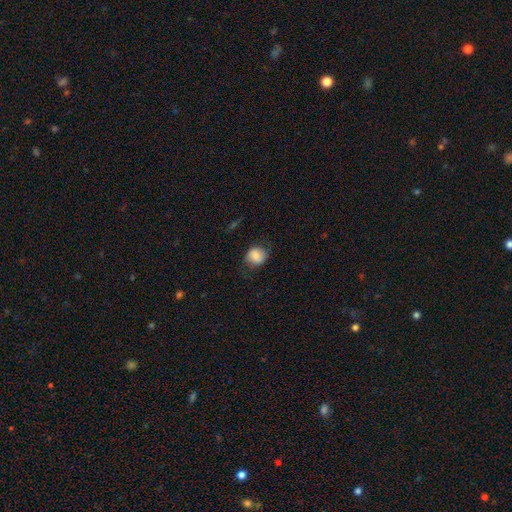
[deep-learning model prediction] A smooth galaxy with no disk features (74%) that is round (69%).

Vote fractions:
- Smooth or featured? smooth: 74% / featured or disk: 17% / star or artifact: 9%
- How rounded? round: 69% / in between: 30% / cigar-shaped: 1%
- Merging? none: 65% / minor disturbance: 23% / major disturbance: 11% / merger: 1%